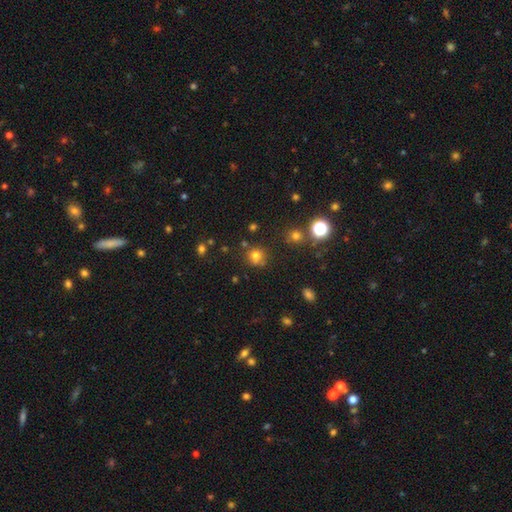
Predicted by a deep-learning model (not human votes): The model was most divided on "smooth or featured": smooth: 73%, star or artifact: 20%, featured or disk: 8%. More confident: how rounded — round (88%); merging — none (74%).